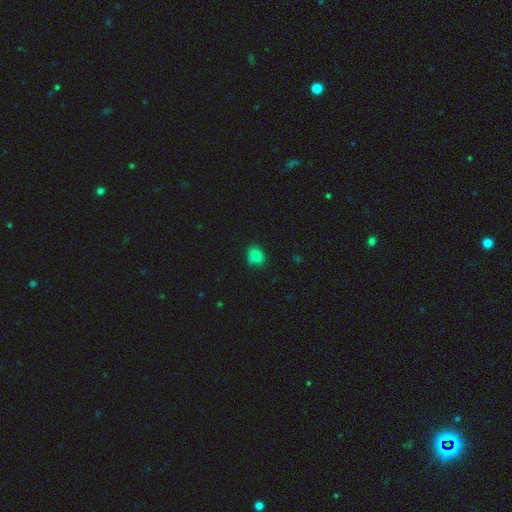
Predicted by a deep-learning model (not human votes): Overall: smooth (83%). How rounded: round (58%; in between 41%). Merging: none (76%).